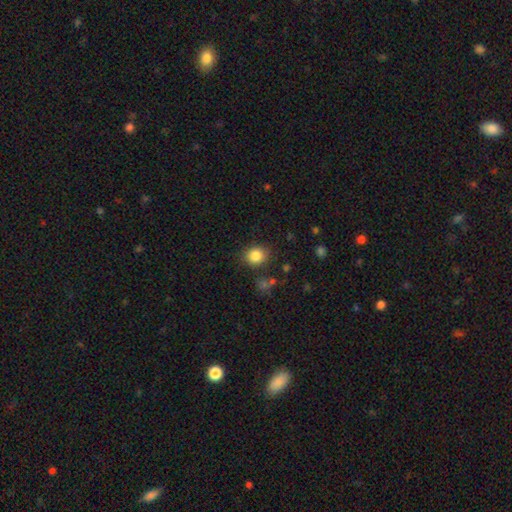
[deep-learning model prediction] The model was most divided on "how rounded": round: 72%, in between: 27%, cigar-shaped: 1%. More confident: smooth or featured — smooth (84%); merging — none (84%).